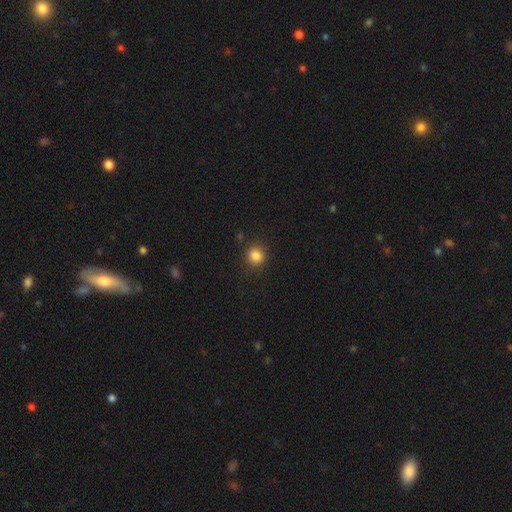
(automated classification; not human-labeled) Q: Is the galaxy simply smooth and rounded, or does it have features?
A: smooth — 84%.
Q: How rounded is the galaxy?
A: round — 79%.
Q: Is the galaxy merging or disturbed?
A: none — 86%.